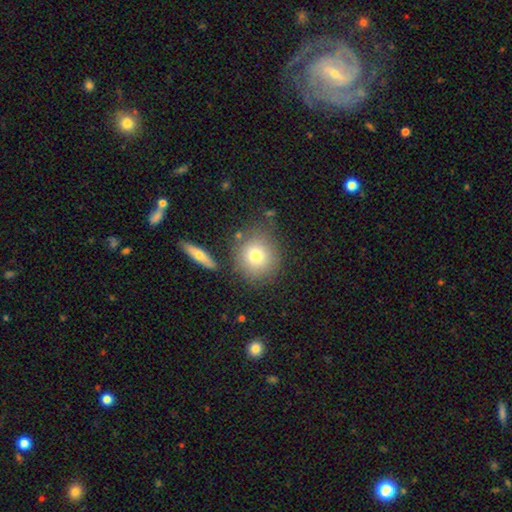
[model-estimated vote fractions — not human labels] Smooth or featured? smooth (75%)
How rounded? round (85%)
Merging? none (77%)